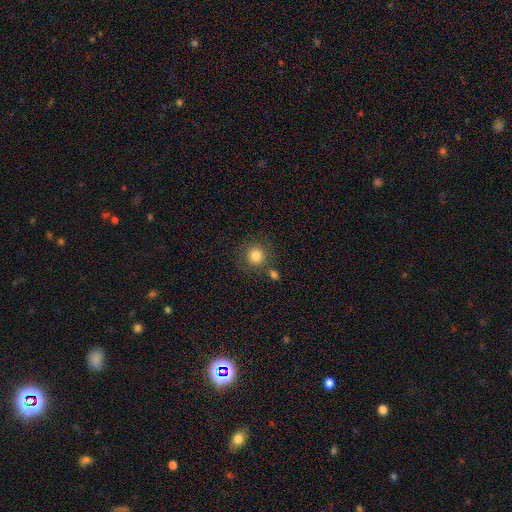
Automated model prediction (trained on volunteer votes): This appears to be a smooth galaxy with no disk features (82%) that is round (91%). Merging: none (72%).